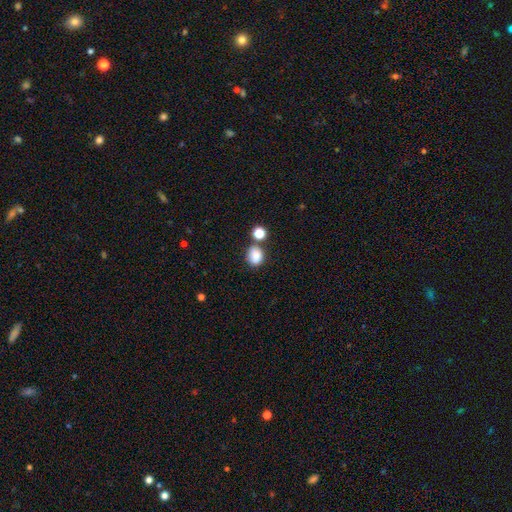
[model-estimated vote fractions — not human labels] Smooth or featured? Predicted: smooth (p=0.84). How rounded? Predicted: round (p=0.52). Merging? Predicted: none (p=0.67).